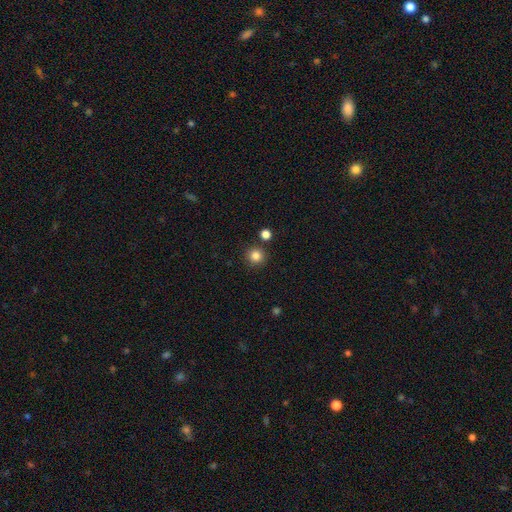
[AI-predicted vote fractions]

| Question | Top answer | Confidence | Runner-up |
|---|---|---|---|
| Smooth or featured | smooth | 84% | star or artifact (12%) |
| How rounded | round | 94% | in between (5%) |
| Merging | none | 87% | minor disturbance (6%) |